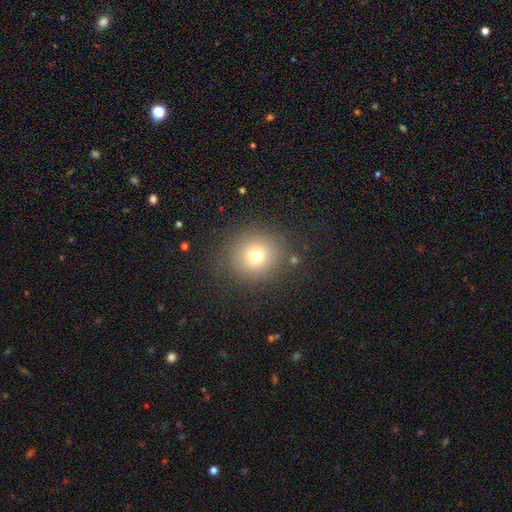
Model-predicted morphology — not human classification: A smooth galaxy with no disk features (73%) that is round (91%). Merging: none (86%).